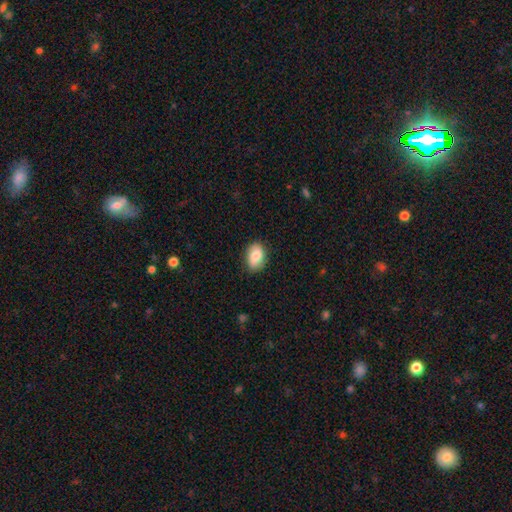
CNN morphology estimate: A smooth galaxy with no disk features (79%) that is in between round and cigar-shaped (85%).

Vote fractions:
- Smooth or featured? smooth: 79% / featured or disk: 14% / star or artifact: 7%
- How rounded? in between: 85% / round: 13% / cigar-shaped: 2%
- Merging? none: 82% / minor disturbance: 14% / major disturbance: 3% / merger: 1%